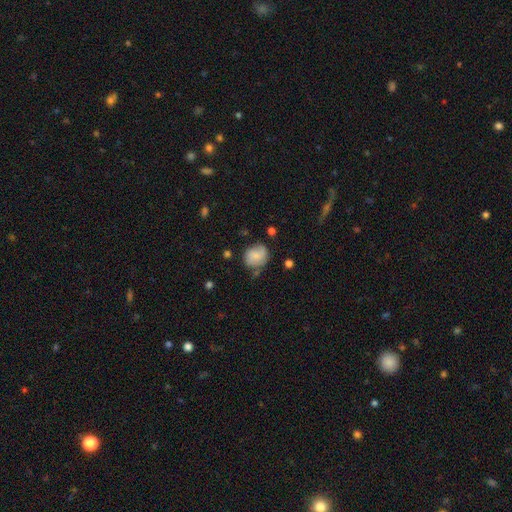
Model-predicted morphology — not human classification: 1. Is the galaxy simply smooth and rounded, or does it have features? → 70% smooth, 21% featured or disk, 9% star or artifact.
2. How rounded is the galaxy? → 69% round, 30% in between, 1% cigar-shaped.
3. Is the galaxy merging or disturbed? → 60% none, 27% minor disturbance, 8% major disturbance, 5% merger.